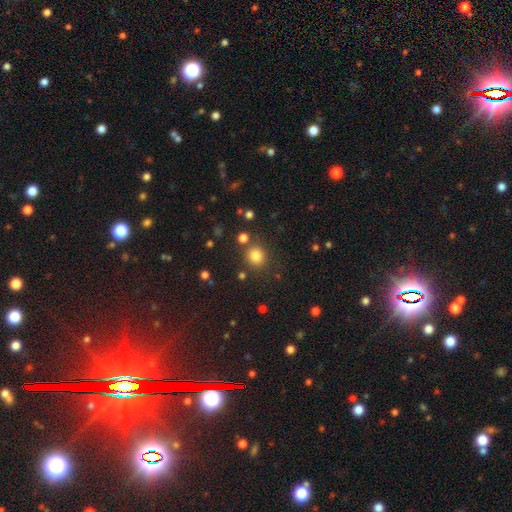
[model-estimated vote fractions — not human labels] smooth 81%, star or artifact 14%, featured or disk 5%. Down the decision tree: how rounded — round (87%); merging — none (81%).